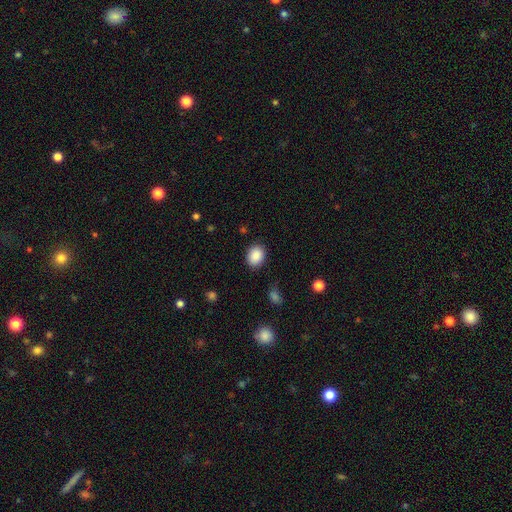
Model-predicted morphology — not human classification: Smooth or featured? smooth (88%)
How rounded? in between (56%)
Merging? none (86%)